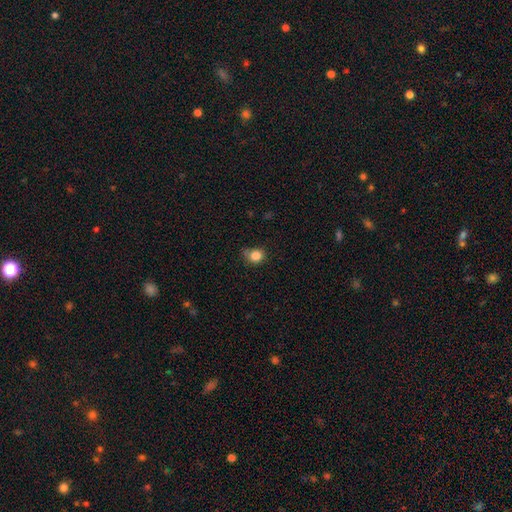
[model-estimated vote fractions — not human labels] smooth_or_featured: smooth (p=0.83) [alt: star or artifact p=0.11]
how_rounded: round (p=0.78) [alt: in between p=0.21]
merging: none (p=0.64) [alt: minor disturbance p=0.26]